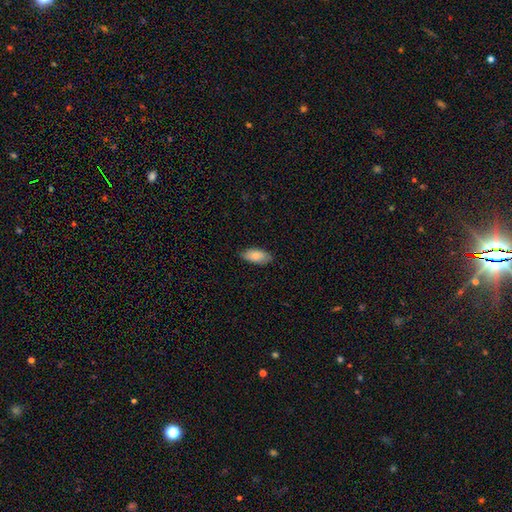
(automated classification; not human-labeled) Overall: smooth (84%). How rounded: in between (89%). Merging: none (82%).